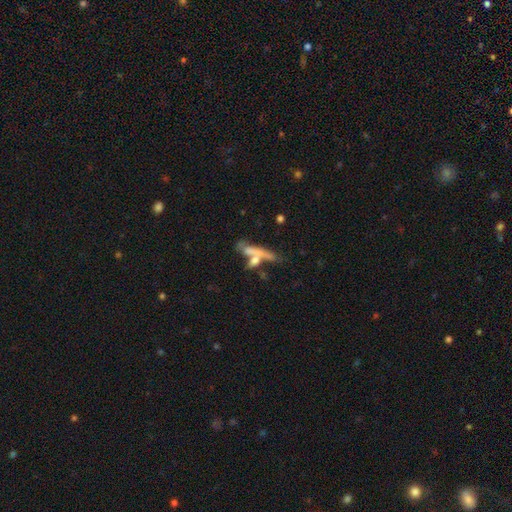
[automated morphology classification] type=smooth (53%); roundness=cigar-shaped (75%); merging=merger (41%).